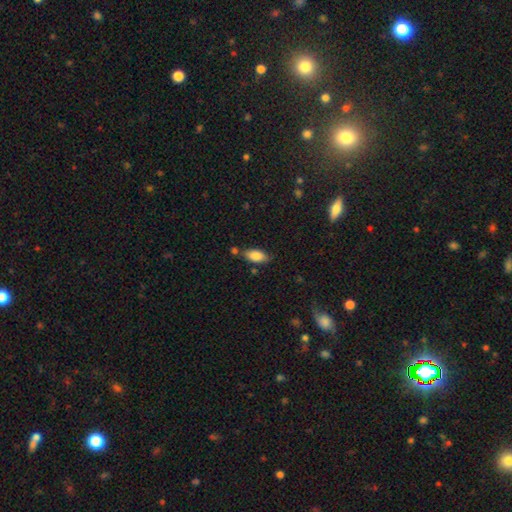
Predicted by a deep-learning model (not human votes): smooth-or-featured: smooth: 84% | featured or disk: 9% | star or artifact: 7%
  how-rounded: in between: 87% | cigar-shaped: 11% | round: 2%
  merging: none: 72% | minor disturbance: 17% | merger: 7% | major disturbance: 4%